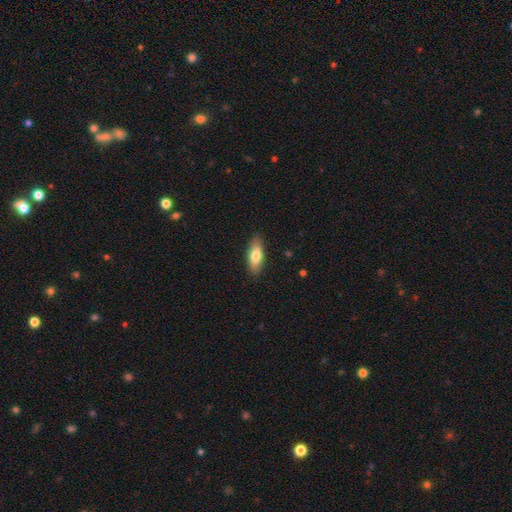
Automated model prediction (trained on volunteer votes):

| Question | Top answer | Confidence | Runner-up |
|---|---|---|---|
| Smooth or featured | smooth | 77% | featured or disk (17%) |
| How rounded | in between | 72% | cigar-shaped (26%) |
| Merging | none | 88% | minor disturbance (9%) |